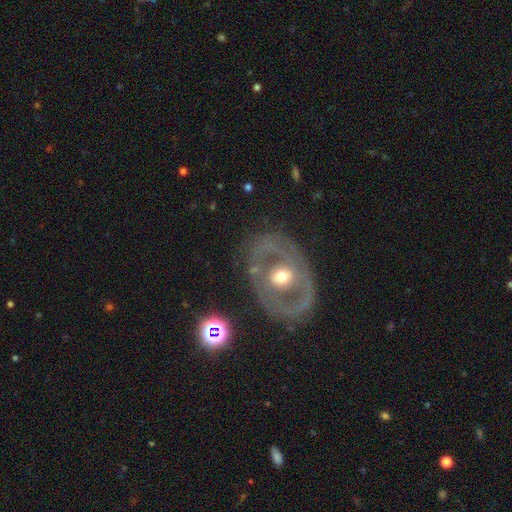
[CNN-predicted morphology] smooth-or-featured: featured or disk: 75% | smooth: 18% | star or artifact: 7%
  disk-edge-on: no: 94% | yes: 6%
    bar: no: 65% | weak: 23% | strong: 13%
    has-spiral-arms: no: 60% | yes: 40%
    bulge-size: moderate: 71% | small: 19% | large: 7% | dominant: 1% | none: 1%
  merging: none: 76% | minor disturbance: 14% | major disturbance: 8% | merger: 2%